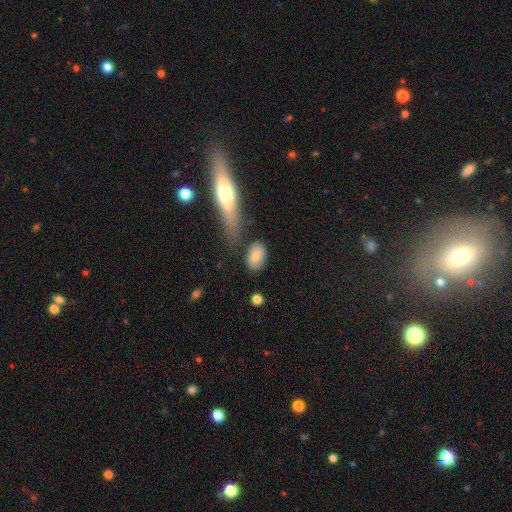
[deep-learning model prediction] Smooth or featured?
  - smooth: 79% *
  - featured or disk: 14%
  - star or artifact: 7%
How rounded?
  - in between: 86% *
  - round: 11%
  - cigar-shaped: 3%
Merging?
  - none: 72% *
  - minor disturbance: 16%
  - merger: 7%
  - major disturbance: 5%